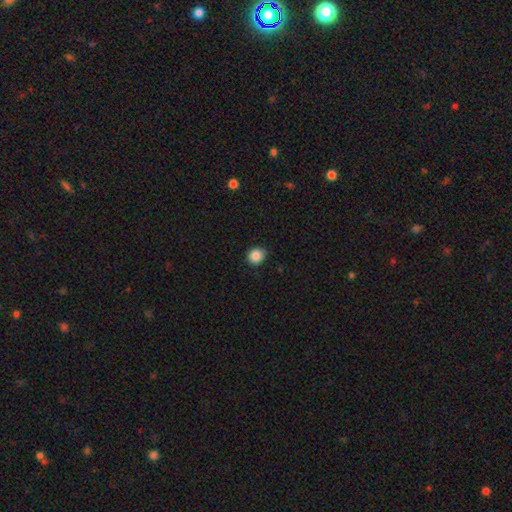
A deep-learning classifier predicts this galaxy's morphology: Overall: smooth (87%). How rounded: round (82%). Merging: none (86%).